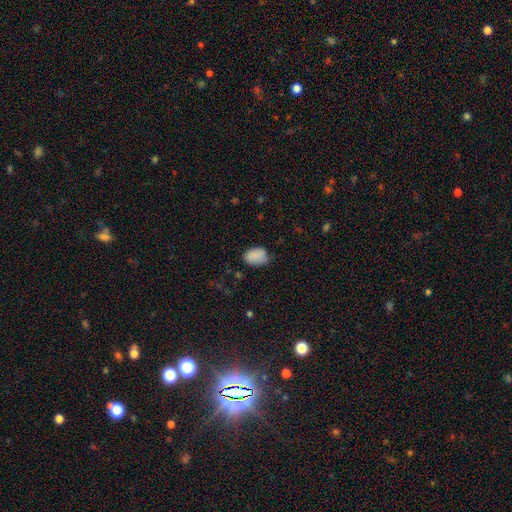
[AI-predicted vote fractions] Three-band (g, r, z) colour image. It shows a smooth galaxy with no disk features (84%) that is in between round and cigar-shaped (85%). Merging: none (61%).